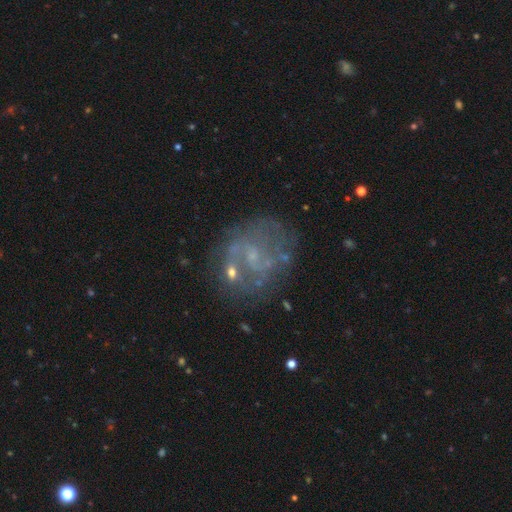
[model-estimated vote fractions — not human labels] smooth-or-featured: featured or disk: 73% | smooth: 15% | star or artifact: 12%
  disk-edge-on: no: 98% | yes: 2%
    bar: no: 57% | weak: 35% | strong: 7%
    has-spiral-arms: yes: 64% | no: 36%
    bulge-size: small: 57% | none: 27% | moderate: 14% | large: 1% | dominant: 1%
  merging: none: 60% | minor disturbance: 18% | major disturbance: 15% | merger: 7%